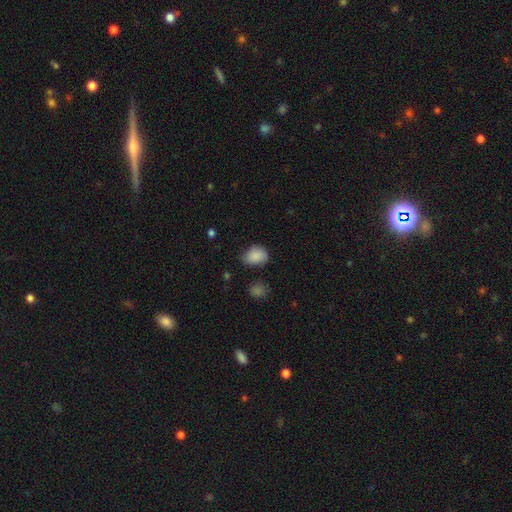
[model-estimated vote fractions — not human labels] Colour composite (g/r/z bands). It shows a smooth galaxy with no disk features (85%) that is in between round and cigar-shaped (62%). Merging: none (58%).